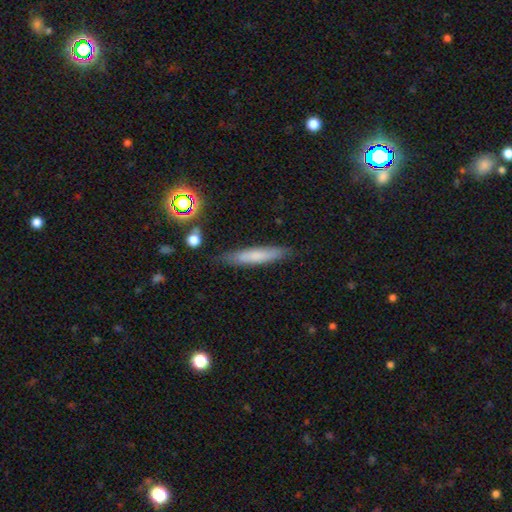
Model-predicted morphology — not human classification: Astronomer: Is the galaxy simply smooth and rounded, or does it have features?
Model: smooth — 68%.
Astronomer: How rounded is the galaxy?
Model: cigar-shaped — 88%.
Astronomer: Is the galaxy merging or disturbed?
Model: none — 81%.